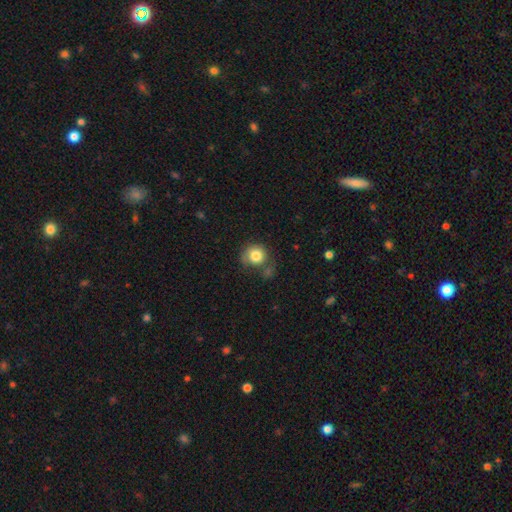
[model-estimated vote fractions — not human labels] smooth_or_featured: smooth (p=0.82) [alt: featured or disk p=0.10]
how_rounded: round (p=0.84) [alt: in between p=0.16]
merging: none (p=0.51) [alt: minor disturbance p=0.25]